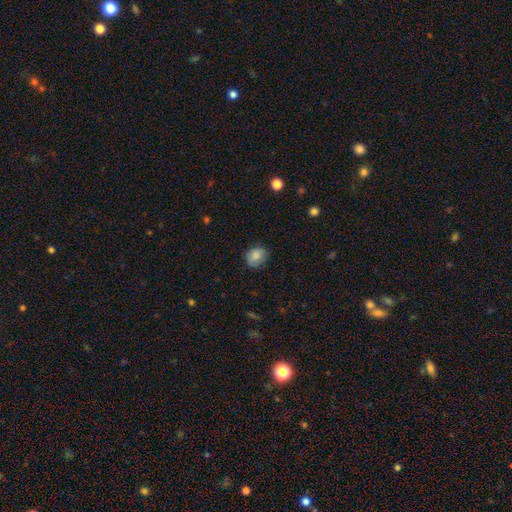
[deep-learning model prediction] This is clearly a smooth galaxy (81%). How rounded: possibly round (58%). Merging: likely none (76%).